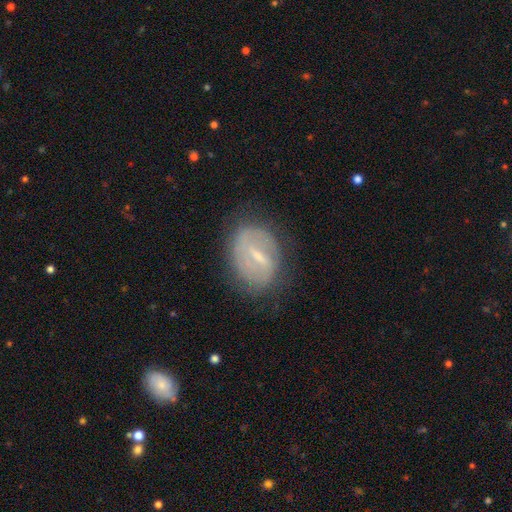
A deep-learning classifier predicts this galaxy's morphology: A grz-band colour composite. It shows a featured or disk galaxy (69%) with a strong bar (46%), spiral arms (64%) and a small central bulge (57%). Merging: none (71%).